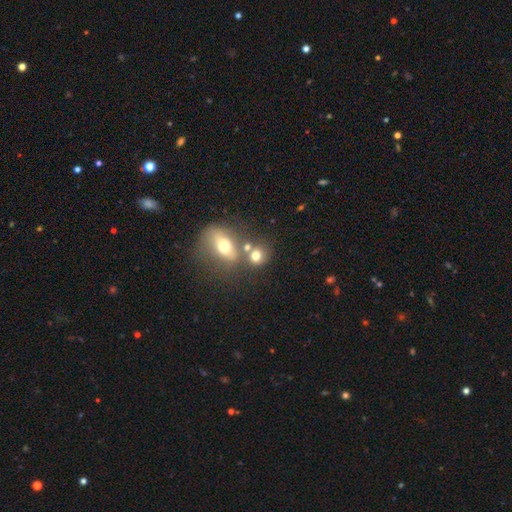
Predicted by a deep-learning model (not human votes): Q: Smooth or featured?
A: smooth (72%); runner-up: featured or disk (15%)
Q: How rounded?
A: round (71%); runner-up: in between (27%)
Q: Merging?
A: none (52%); runner-up: merger (33%)